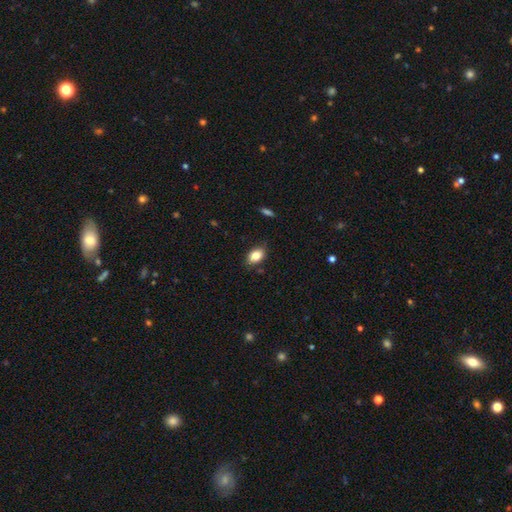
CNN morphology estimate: smooth_or_featured: smooth (p=0.84) [alt: star or artifact p=0.08]
how_rounded: in between (p=0.85) [alt: round p=0.13]
merging: none (p=0.82) [alt: minor disturbance p=0.14]